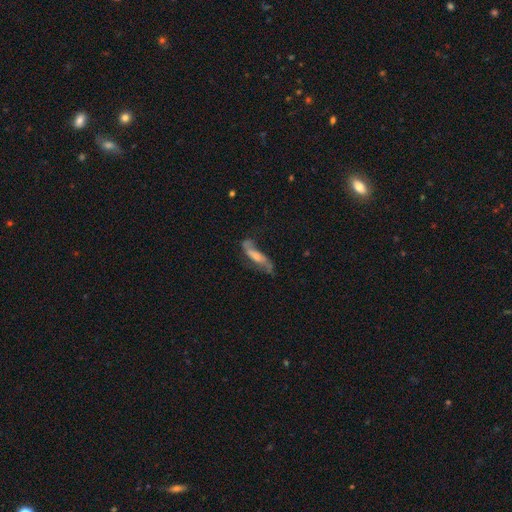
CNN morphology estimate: This is possibly a featured or disk galaxy (54%). It is likely not viewed edge-on (70%). Merging: possibly none (48%).